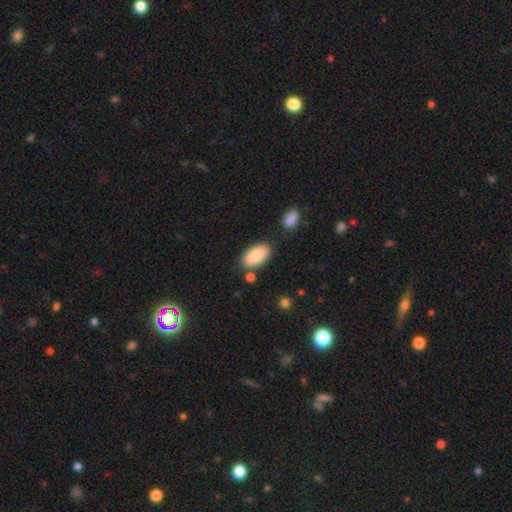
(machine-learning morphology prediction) smooth-or-featured: smooth: 87% | featured or disk: 7% | star or artifact: 6%
  how-rounded: in between: 95% | cigar-shaped: 3% | round: 2%
  merging: none: 77% | minor disturbance: 13% | merger: 7% | major disturbance: 3%